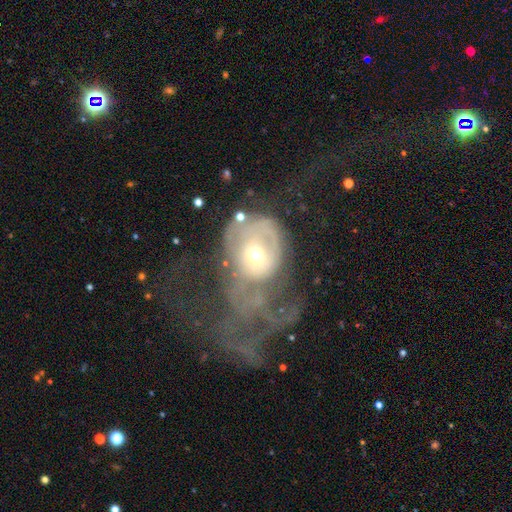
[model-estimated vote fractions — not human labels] smooth-or-featured: featured or disk: 61% | smooth: 30% | star or artifact: 9%
  disk-edge-on: no: 96% | yes: 4%
    bar: no: 81% | weak: 15% | strong: 5%
    has-spiral-arms: no: 53% | yes: 47%
    bulge-size: moderate: 59% | small: 32% | large: 6% | dominant: 2% | none: 1%
  merging: major disturbance: 58% | merger: 19% | none: 13% | minor disturbance: 11%